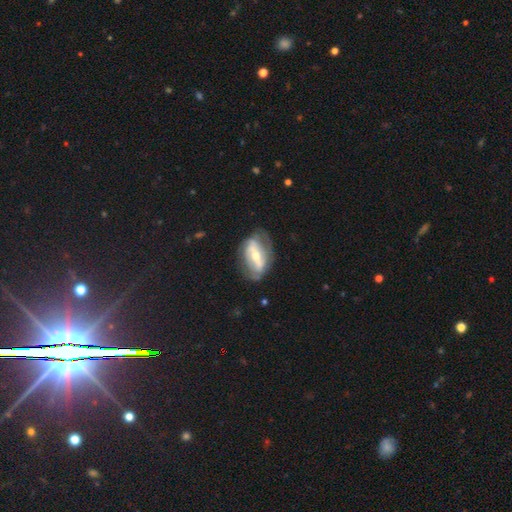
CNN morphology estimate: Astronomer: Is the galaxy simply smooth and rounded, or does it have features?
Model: featured or disk — 74%.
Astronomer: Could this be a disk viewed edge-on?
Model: no — 91%.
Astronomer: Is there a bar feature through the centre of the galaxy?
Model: strong — 63%.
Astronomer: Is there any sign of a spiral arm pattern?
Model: yes — 67%.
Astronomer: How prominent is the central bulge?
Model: moderate — 56% (runner-up: small, 37%).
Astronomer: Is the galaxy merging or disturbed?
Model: none — 64%.